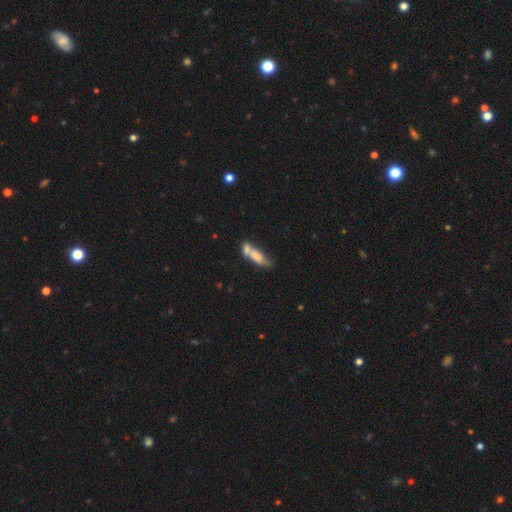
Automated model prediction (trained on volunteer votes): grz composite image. It shows a smooth galaxy with no disk features (68%) that is cigar-shaped (52%). Merging: merger (44%).